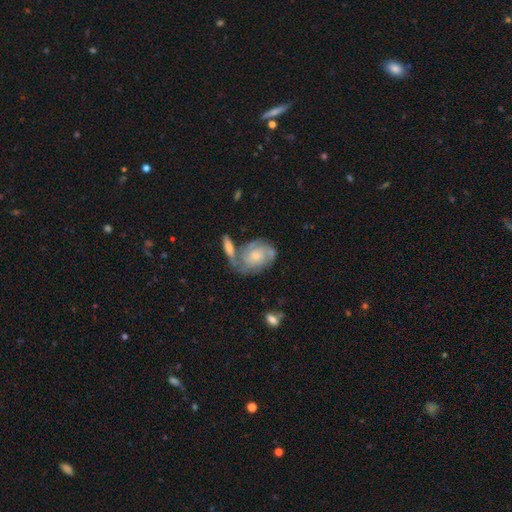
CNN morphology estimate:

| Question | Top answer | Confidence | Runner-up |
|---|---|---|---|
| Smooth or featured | featured or disk | 74% | smooth (20%) |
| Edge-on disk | no | 96% | yes (4%) |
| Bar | no | 77% | weak (20%) |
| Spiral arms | yes | 89% | no (11%) |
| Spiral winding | tight | 60% | medium (31%) |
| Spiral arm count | can't tell | 35% | 2 (30%) |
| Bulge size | small | 61% | moderate (31%) |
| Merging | none | 46% | merger (27%) |